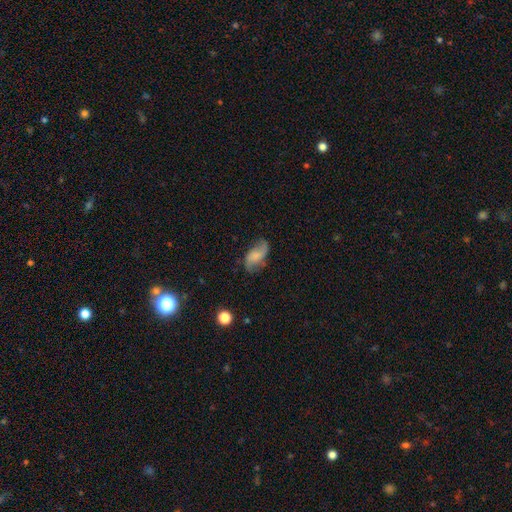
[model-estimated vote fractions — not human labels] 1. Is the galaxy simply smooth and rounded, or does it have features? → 54% featured or disk, 38% smooth, 9% star or artifact.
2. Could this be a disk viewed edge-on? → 95% no, 5% yes.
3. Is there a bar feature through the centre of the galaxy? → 52% no, 37% weak, 11% strong.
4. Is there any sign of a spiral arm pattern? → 90% yes, 10% no.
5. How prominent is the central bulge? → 46% none, 27% small, 18% moderate, 7% large, 2% dominant.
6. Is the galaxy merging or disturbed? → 68% none, 22% minor disturbance, 9% major disturbance, 2% merger.